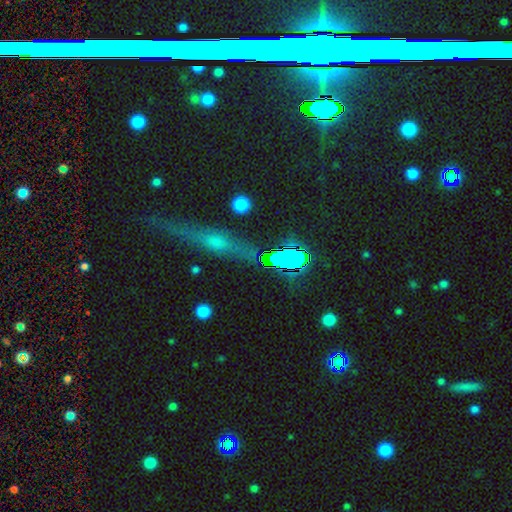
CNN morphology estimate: Smooth or featured? star or artifact (44%)